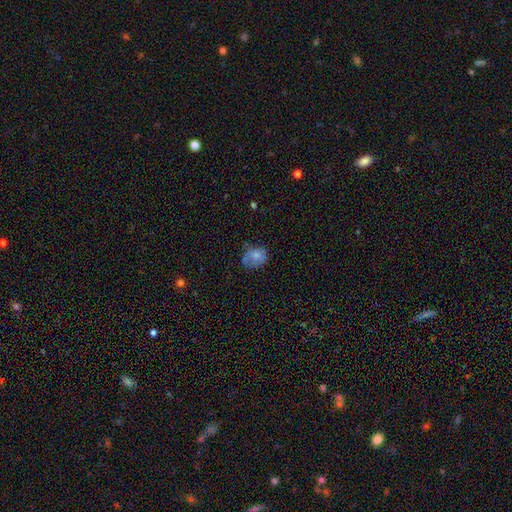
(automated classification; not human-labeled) Smooth or featured: smooth — 74% (featured or disk — 17%)
How rounded: in between — 53% (round — 46%)
Merging: none — 50% (minor disturbance — 33%)